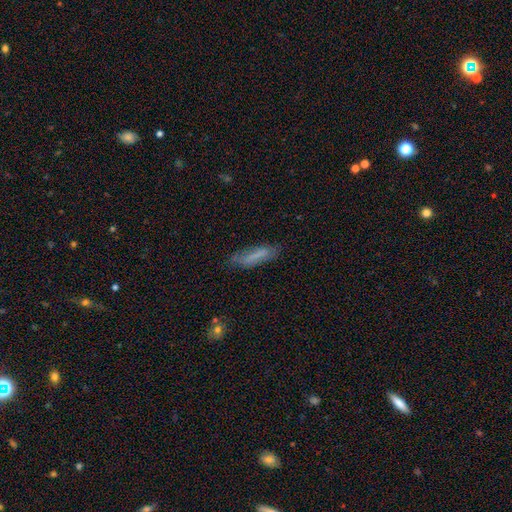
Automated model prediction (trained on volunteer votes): Smooth or featured? smooth (64%)
How rounded? cigar-shaped (71%)
Merging? none (71%)